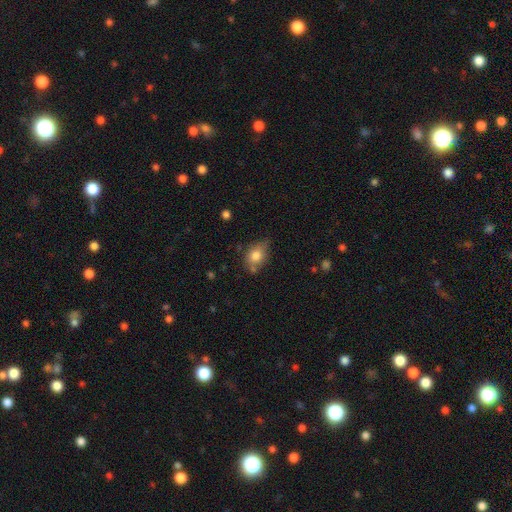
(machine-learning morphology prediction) Q: Smooth or featured?
A: smooth (77%); runner-up: featured or disk (14%)
Q: How rounded?
A: in between (67%); runner-up: round (31%)
Q: Merging?
A: none (55%); runner-up: minor disturbance (31%)